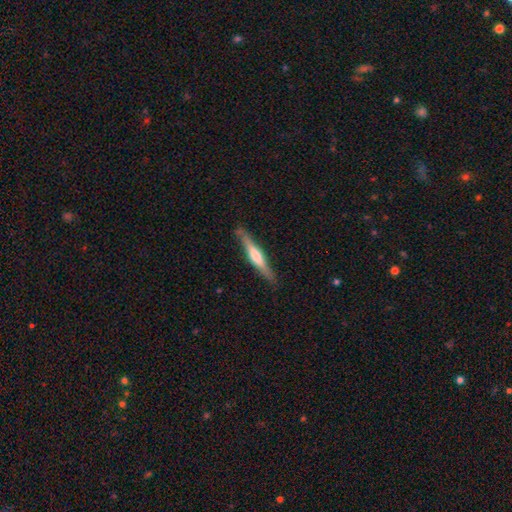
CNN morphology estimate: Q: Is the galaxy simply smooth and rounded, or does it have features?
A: featured or disk — 59%.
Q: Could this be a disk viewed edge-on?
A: yes — 96%.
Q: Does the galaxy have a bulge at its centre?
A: rounded — 61%.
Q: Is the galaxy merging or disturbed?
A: none — 84%.